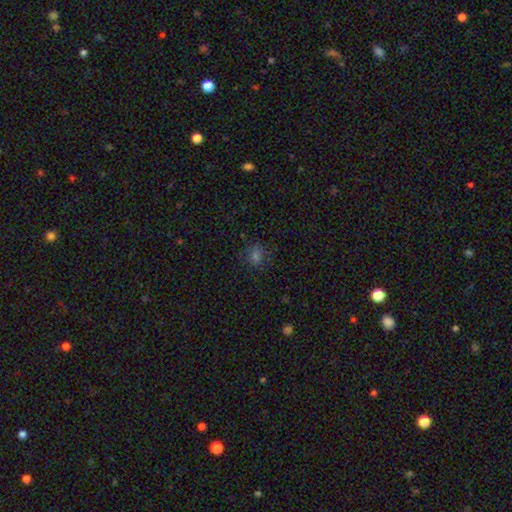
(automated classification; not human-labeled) Smooth or featured?
  - smooth: 61% *
  - star or artifact: 29%
  - featured or disk: 10%
How rounded?
  - round: 62% *
  - in between: 36%
  - cigar-shaped: 2%
Merging?
  - none: 80% *
  - minor disturbance: 13%
  - major disturbance: 5%
  - merger: 1%